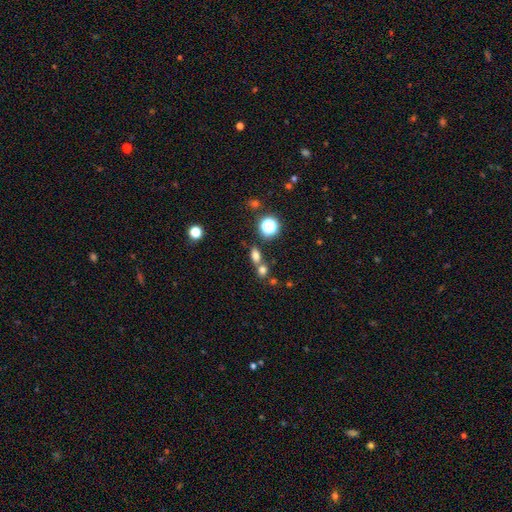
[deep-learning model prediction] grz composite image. It shows a smooth galaxy with no disk features (72%) that is in between round and cigar-shaped (62%). Merging: none (50%).